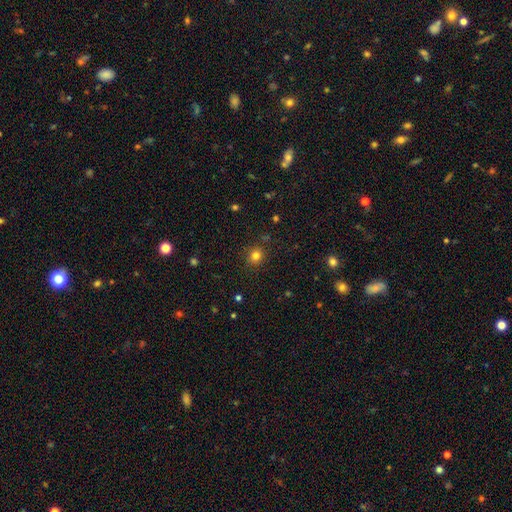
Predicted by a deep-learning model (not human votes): Smooth or featured? Predicted: smooth (p=0.79). How rounded? Predicted: round (p=0.84). Merging? Predicted: none (p=0.87).